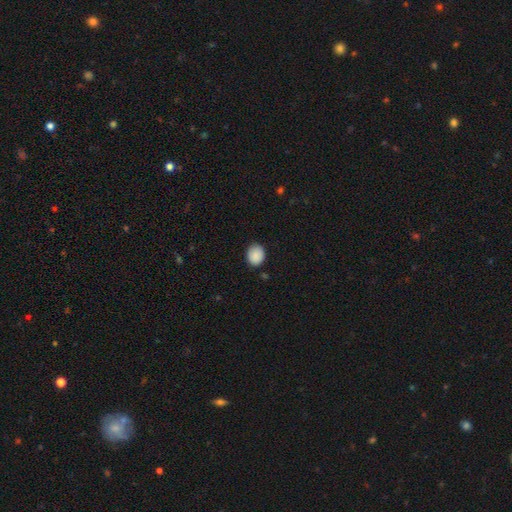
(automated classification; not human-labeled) Overall: smooth (88%). How rounded: round (61%; in between 39%). Merging: none (82%).